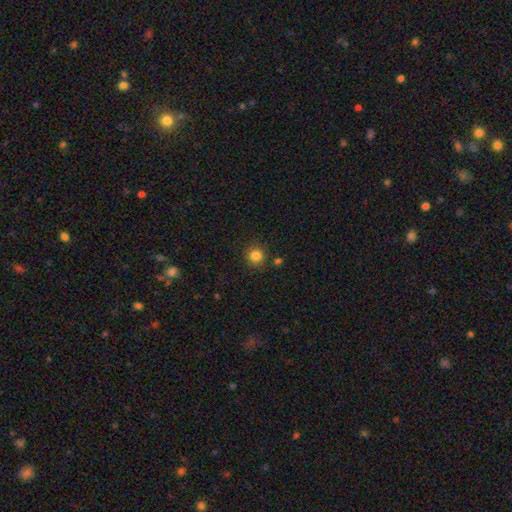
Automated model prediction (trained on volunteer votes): Smooth or featured?
  - smooth: 84% *
  - star or artifact: 12%
  - featured or disk: 4%
How rounded?
  - round: 91% *
  - in between: 8%
  - cigar-shaped: 1%
Merging?
  - none: 85% *
  - minor disturbance: 8%
  - merger: 4%
  - major disturbance: 3%